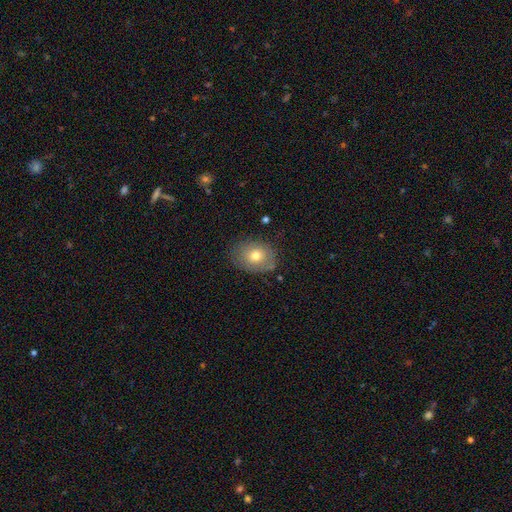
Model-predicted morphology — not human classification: A smooth galaxy with no disk features (70%) that is in between round and cigar-shaped (56%).

Vote fractions:
- Smooth or featured? smooth: 70% / featured or disk: 20% / star or artifact: 9%
- How rounded? in between: 56% / round: 43% / cigar-shaped: 1%
- Merging? none: 75% / minor disturbance: 18% / major disturbance: 5% / merger: 2%